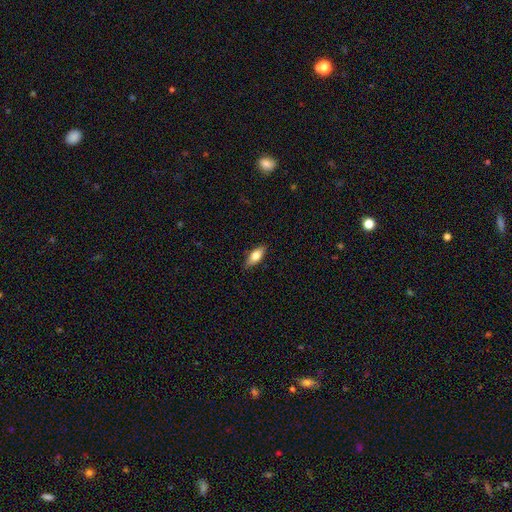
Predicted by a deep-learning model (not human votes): This appears to be a smooth galaxy with no disk features (70%) that is in between round and cigar-shaped (77%). Merging: none (86%).